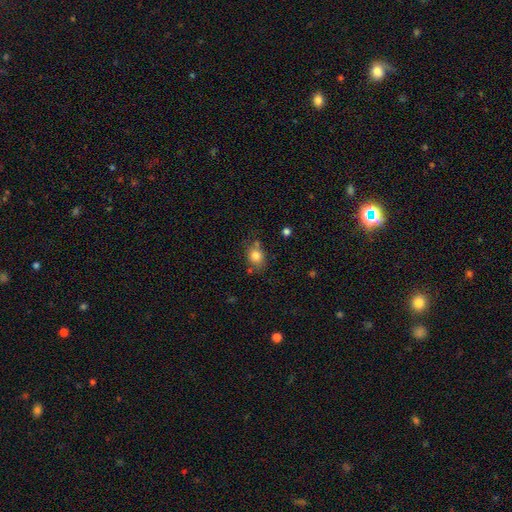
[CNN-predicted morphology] Q: Smooth or featured?
A: smooth (81%); runner-up: star or artifact (11%)
Q: How rounded?
A: round (63%); runner-up: in between (36%)
Q: Merging?
A: none (66%); runner-up: minor disturbance (18%)